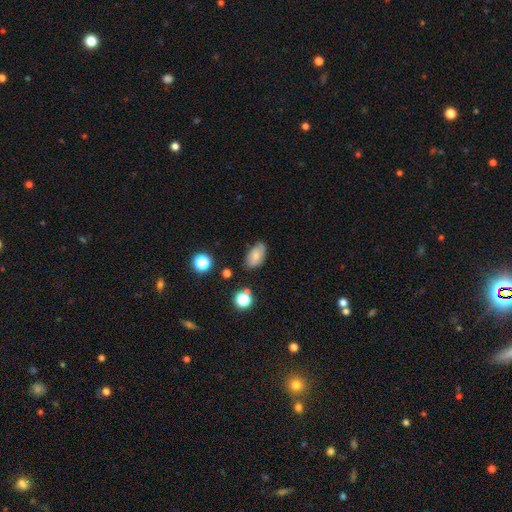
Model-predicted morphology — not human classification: A smooth galaxy with no disk features (69%) that is in between round and cigar-shaped (90%). Merging: none (69%).